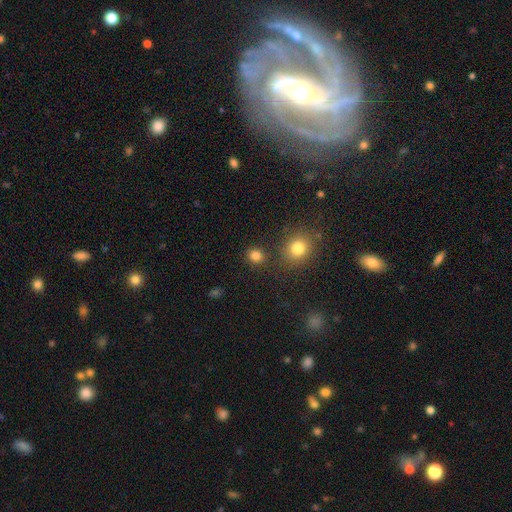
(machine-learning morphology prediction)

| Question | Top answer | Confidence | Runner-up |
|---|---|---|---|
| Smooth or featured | smooth | 81% | star or artifact (14%) |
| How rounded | round | 76% | in between (23%) |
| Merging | none | 83% | minor disturbance (8%) |